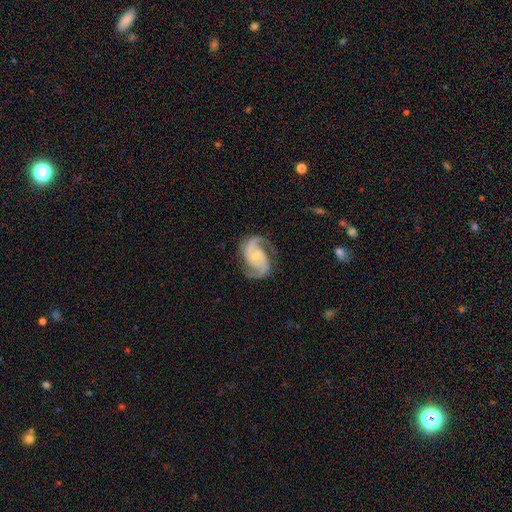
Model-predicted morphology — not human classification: Smooth or featured? Predicted: featured or disk (p=0.93). Edge-on disk? Predicted: no (p=0.98). Bar? Predicted: no (p=0.49). Spiral arms? Predicted: yes (p=0.99). Spiral winding? Predicted: medium (p=0.60). Spiral arm count? Predicted: 2 (p=0.90). Bulge size? Predicted: small (p=0.61). Merging? Predicted: none (p=0.78).